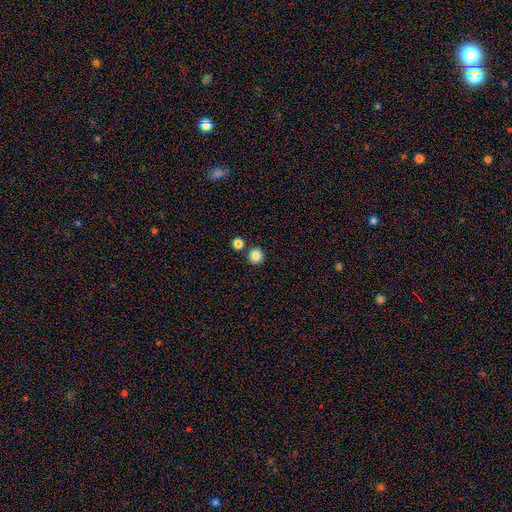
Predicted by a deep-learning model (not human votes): smooth_or_featured: smooth (p=0.85) [alt: star or artifact p=0.11]
how_rounded: round (p=0.94) [alt: in between p=0.05]
merging: none (p=0.83) [alt: merger p=0.09]